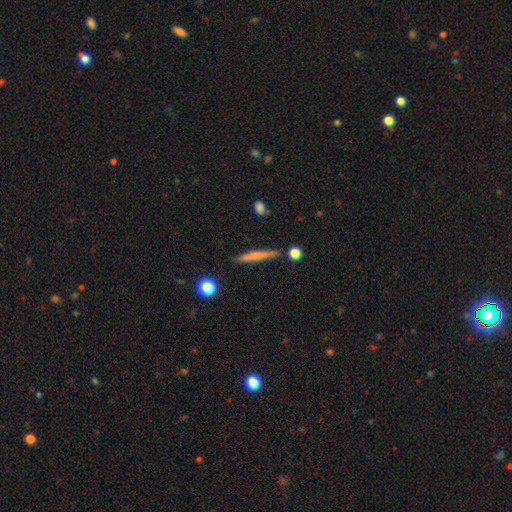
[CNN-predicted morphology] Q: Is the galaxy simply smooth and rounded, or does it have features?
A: smooth — 53%.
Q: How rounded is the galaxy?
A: cigar-shaped — 94%.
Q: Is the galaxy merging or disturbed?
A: none — 86%.